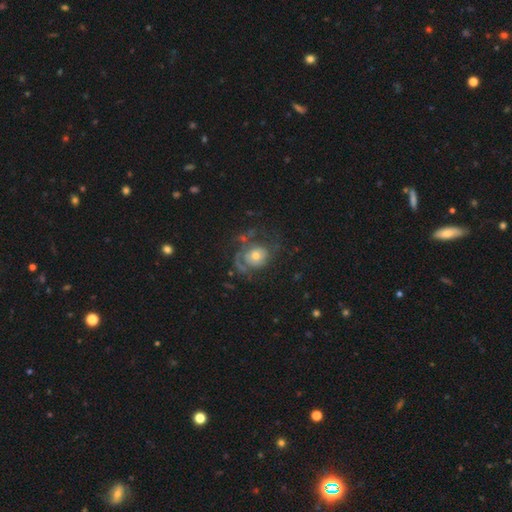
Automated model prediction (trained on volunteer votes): A featured or disk galaxy (68%) with no bar (83%), spiral arms (72%) and a moderate central bulge (58%). Merging: none (47%).